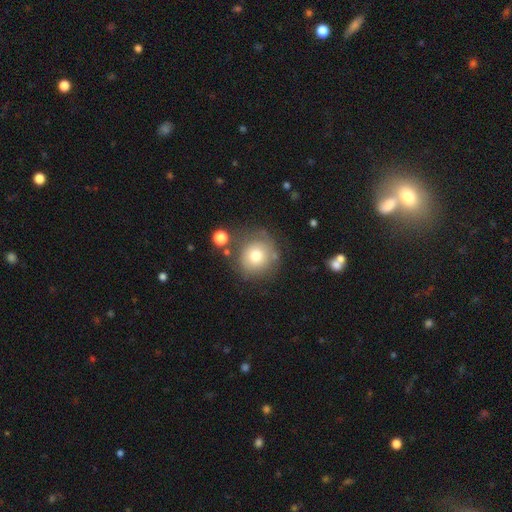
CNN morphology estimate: A smooth galaxy with no disk features (71%) that is round (91%). Merging: none (68%).